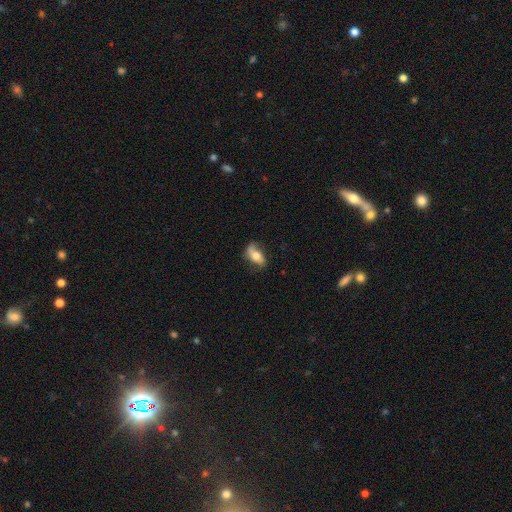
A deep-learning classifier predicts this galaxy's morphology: smooth 51%, featured or disk 41%, star or artifact 8%. Down the decision tree: how rounded — in between (83%); merging — none (59%).